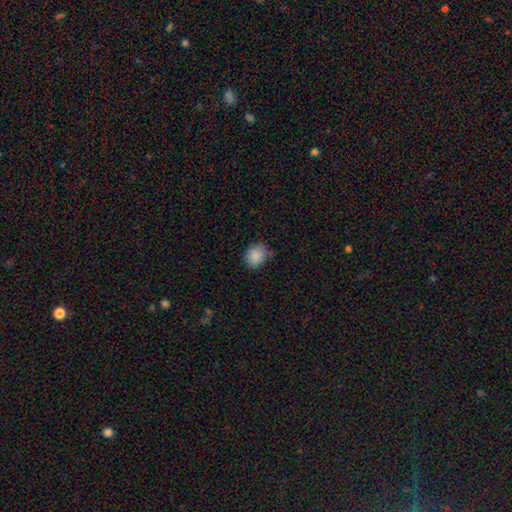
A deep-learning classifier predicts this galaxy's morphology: Smooth or featured?
  - smooth: 88% *
  - star or artifact: 8%
  - featured or disk: 5%
How rounded?
  - round: 53% *
  - in between: 46%
  - cigar-shaped: 1%
Merging?
  - none: 78% *
  - minor disturbance: 16%
  - major disturbance: 3%
  - merger: 2%